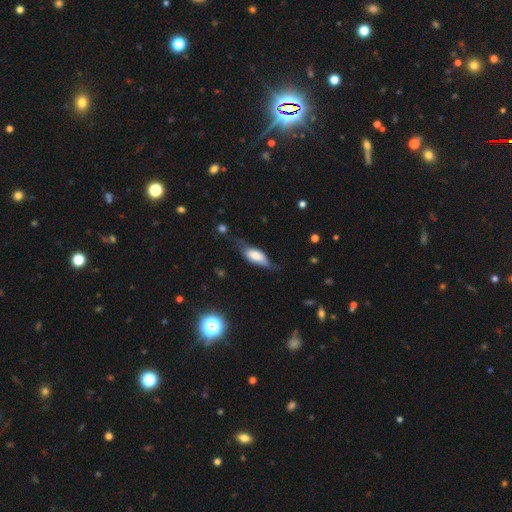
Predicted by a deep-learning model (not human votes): smooth-or-featured: smooth: 64% | featured or disk: 29% | star or artifact: 7%
  how-rounded: in between: 72% | cigar-shaped: 25% | round: 3%
  merging: none: 50% | minor disturbance: 32% | major disturbance: 15% | merger: 3%